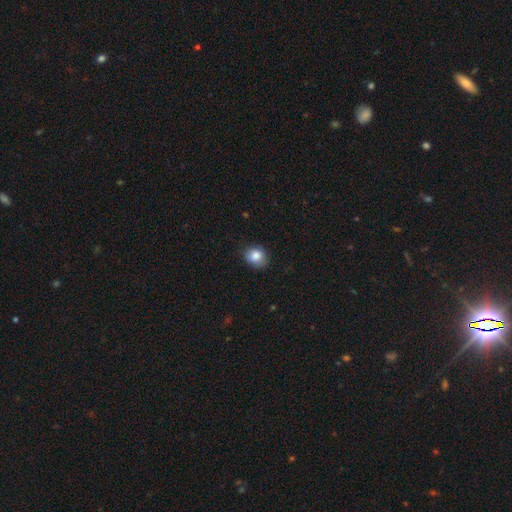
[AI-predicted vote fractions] A smooth galaxy with no disk features (84%) that is round (63%). Merging: none (76%).